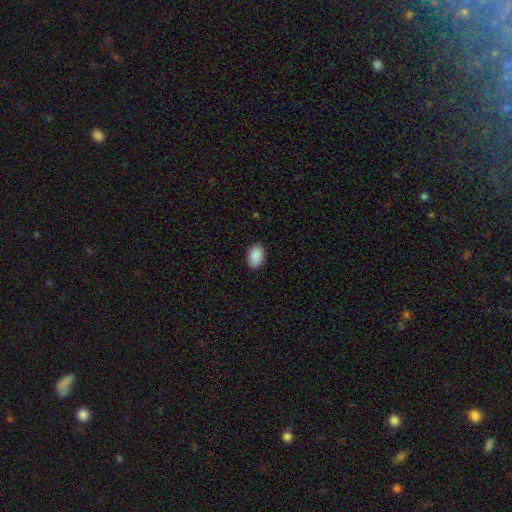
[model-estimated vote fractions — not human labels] A smooth galaxy with no disk features (91%) that is in between round and cigar-shaped (88%). Merging: none (87%).